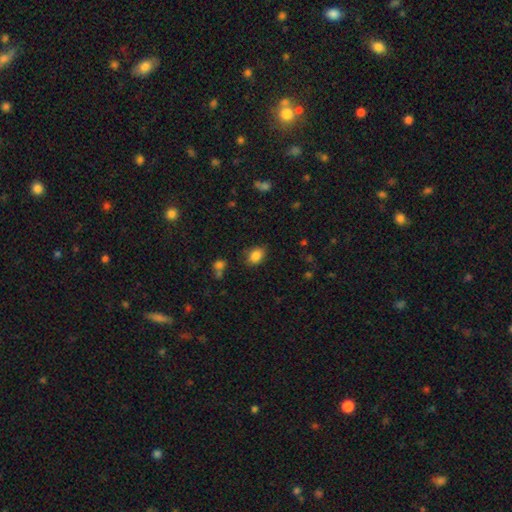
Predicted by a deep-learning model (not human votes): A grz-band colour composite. It shows a smooth galaxy with no disk features (85%) that is in between round and cigar-shaped (73%). Merging: none (77%).